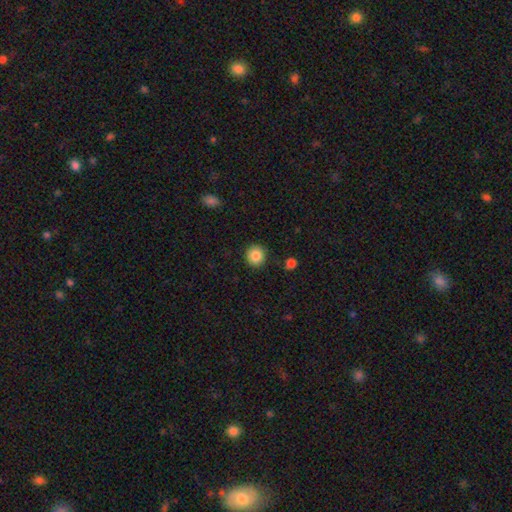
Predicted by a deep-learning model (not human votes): smooth 85%, star or artifact 9%, featured or disk 5%. Down the decision tree: how rounded — round (91%); merging — none (91%).